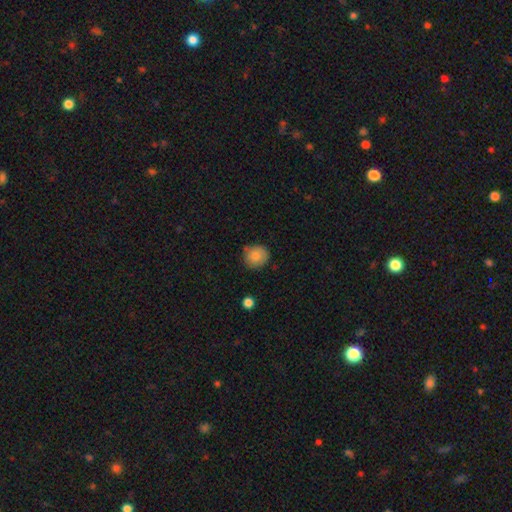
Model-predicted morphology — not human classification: The model was most divided on "merging": none: 78%, minor disturbance: 16%, major disturbance: 3%, merger: 3%. More confident: how rounded — round (86%); smooth or featured — smooth (81%).